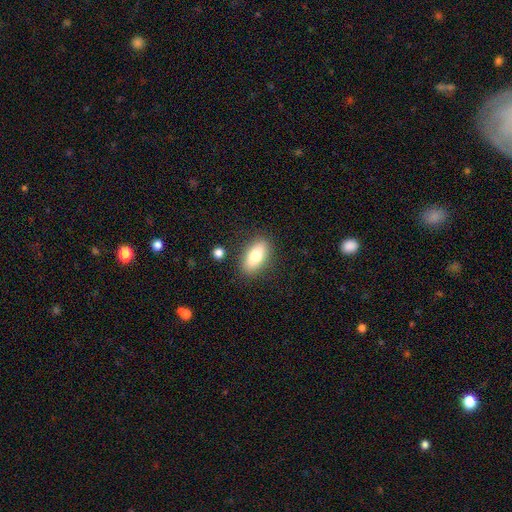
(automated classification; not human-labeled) A smooth galaxy with no disk features (73%) that is in between round and cigar-shaped (85%).

Vote fractions:
- Smooth or featured? smooth: 73% / featured or disk: 19% / star or artifact: 8%
- How rounded? in between: 85% / cigar-shaped: 10% / round: 5%
- Merging? none: 85% / minor disturbance: 10% / major disturbance: 3% / merger: 2%